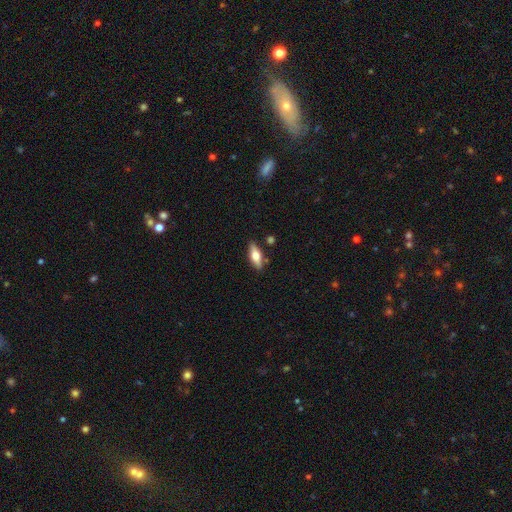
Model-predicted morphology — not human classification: This appears to be a smooth galaxy with no disk features (57%) that is in between round and cigar-shaped (64%). Merging: none (83%).